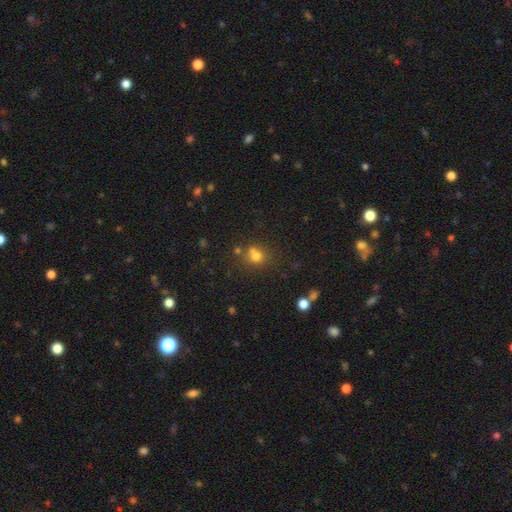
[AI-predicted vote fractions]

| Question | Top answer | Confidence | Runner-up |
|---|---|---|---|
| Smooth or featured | smooth | 71% | star or artifact (18%) |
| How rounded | round | 75% | in between (24%) |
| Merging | none | 52% | merger (30%) |